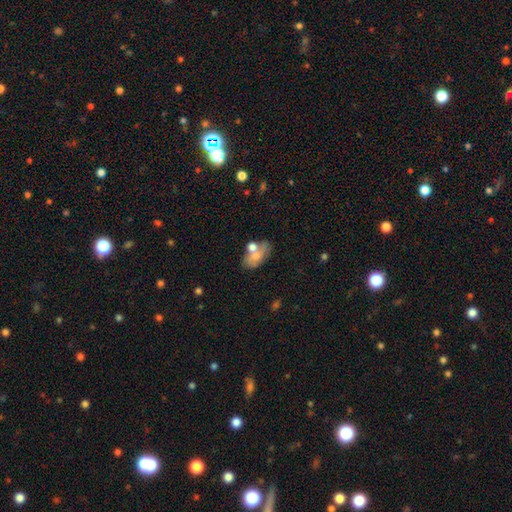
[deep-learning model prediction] smooth 58%, featured or disk 33%, star or artifact 8%. Down the decision tree: how rounded — in between (89%); merging — none (41%).